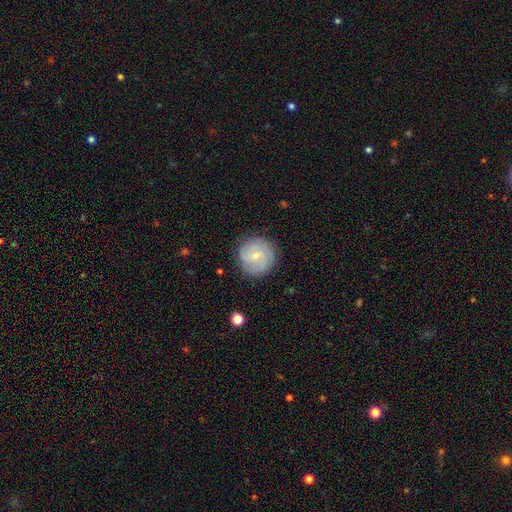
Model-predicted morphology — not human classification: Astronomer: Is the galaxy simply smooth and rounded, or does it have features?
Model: smooth — 46%, tied with featured or disk at 46%.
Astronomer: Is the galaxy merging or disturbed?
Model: none — 84%.